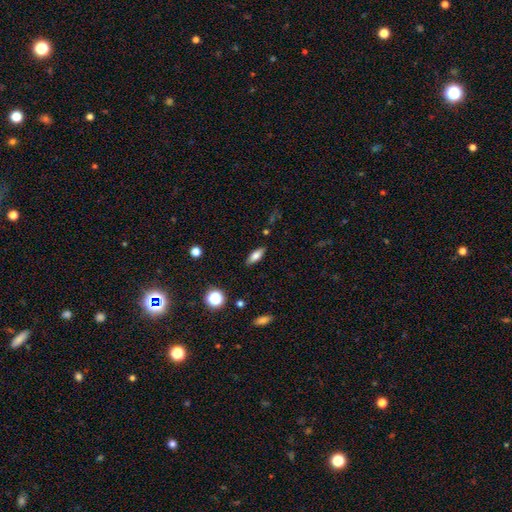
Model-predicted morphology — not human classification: A smooth galaxy with no disk features (72%) that is in between round and cigar-shaped (69%). Merging: none (87%).